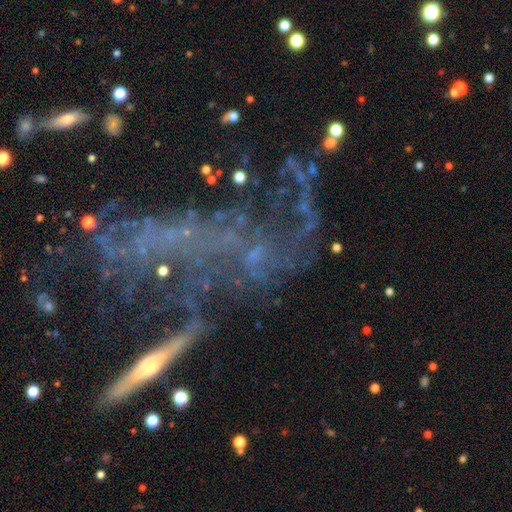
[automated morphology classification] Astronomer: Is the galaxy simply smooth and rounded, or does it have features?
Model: featured or disk — 45% (runner-up: star or artifact, 39%).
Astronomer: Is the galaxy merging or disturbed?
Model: none — 48% (runner-up: major disturbance, 27%).